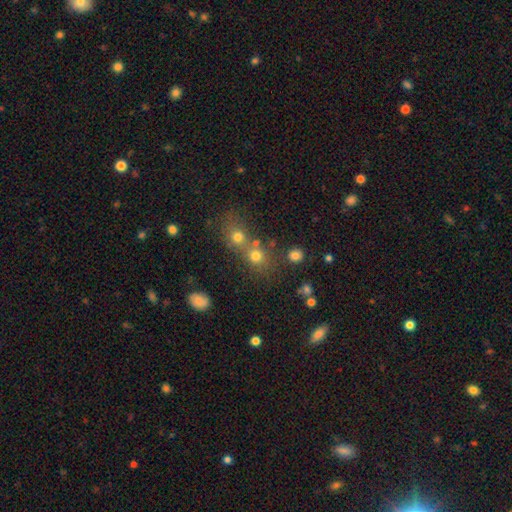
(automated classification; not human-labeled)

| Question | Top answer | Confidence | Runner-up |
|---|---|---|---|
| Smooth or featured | smooth | 71% | star or artifact (18%) |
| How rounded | round | 83% | in between (16%) |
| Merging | none | 47% | merger (41%) |